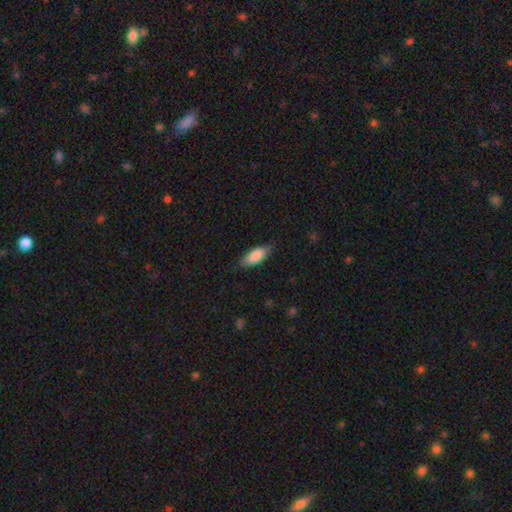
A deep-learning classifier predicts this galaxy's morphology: A smooth galaxy with no disk features (86%) that is in between round and cigar-shaped (79%).

Vote fractions:
- Smooth or featured? smooth: 86% / featured or disk: 9% / star or artifact: 6%
- How rounded? in between: 79% / cigar-shaped: 19% / round: 2%
- Merging? none: 79% / minor disturbance: 17% / major disturbance: 3% / merger: 1%